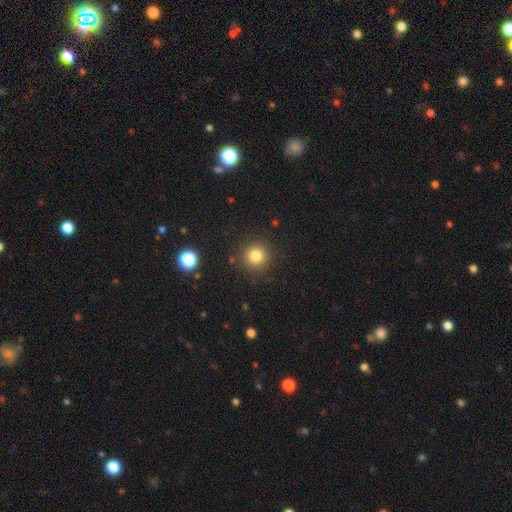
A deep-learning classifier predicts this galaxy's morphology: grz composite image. It shows a smooth galaxy with no disk features (82%) that is round (94%). Merging: none (89%).